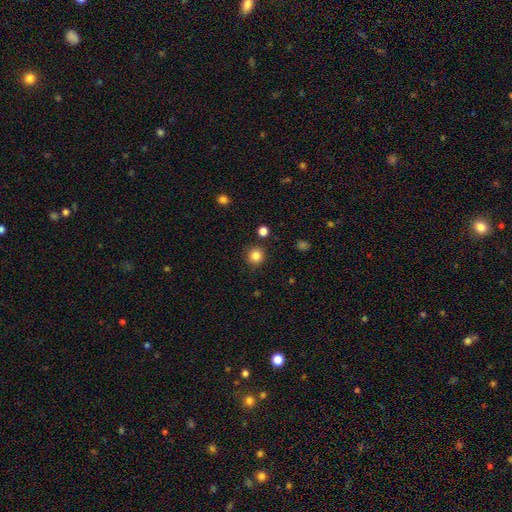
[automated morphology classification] type=smooth (84%); roundness=round (93%); merging=none (88%).